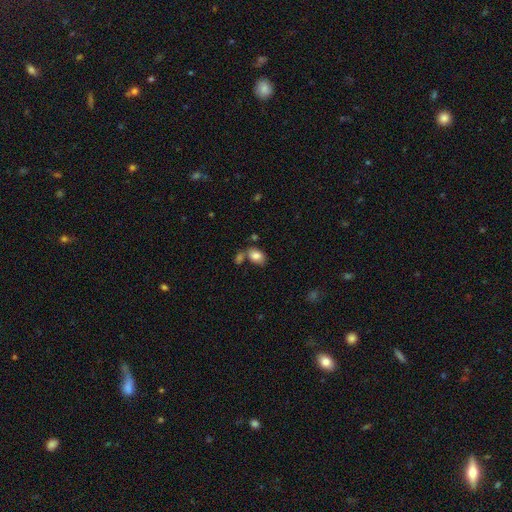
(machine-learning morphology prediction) Q: Smooth or featured?
A: smooth (84%); runner-up: star or artifact (8%)
Q: How rounded?
A: in between (85%); runner-up: round (14%)
Q: Merging?
A: none (60%); runner-up: merger (21%)